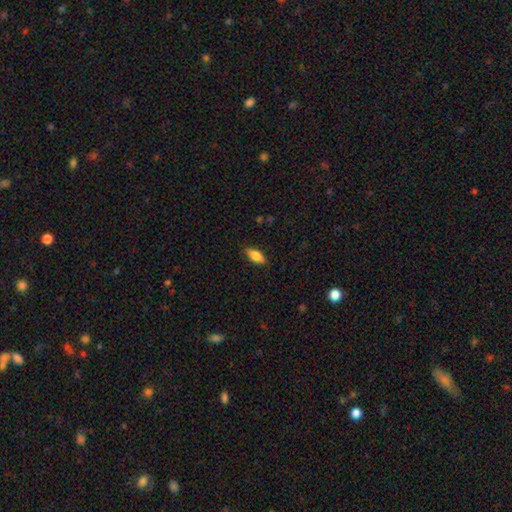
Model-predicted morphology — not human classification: smooth 81%, featured or disk 12%, star or artifact 7%. Down the decision tree: how rounded — in between (83%); merging — none (84%).